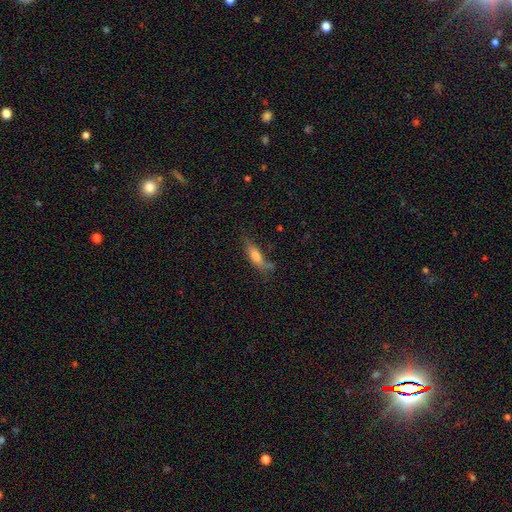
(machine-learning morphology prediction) Smooth or featured: smooth — 63% (featured or disk — 27%)
How rounded: cigar-shaped — 54% (in between — 43%)
Merging: none — 54% (minor disturbance — 26%)